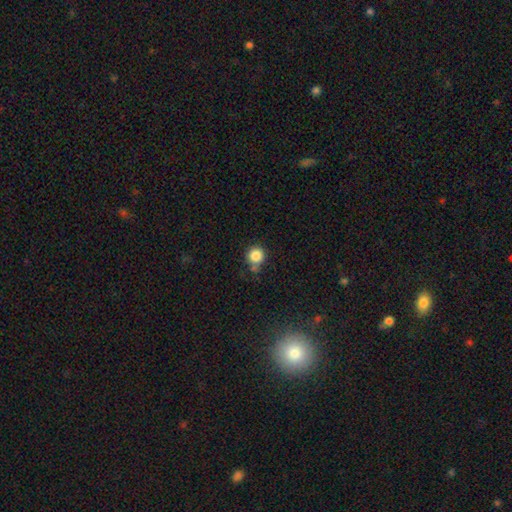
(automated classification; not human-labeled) Smooth or featured? smooth (85%)
How rounded? round (93%)
Merging? none (68%)